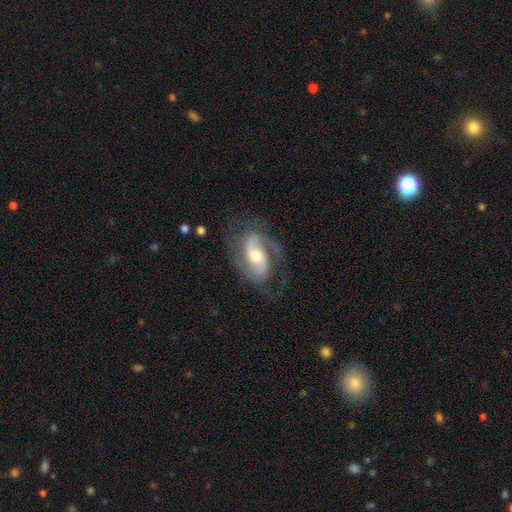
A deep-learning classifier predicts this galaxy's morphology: Smooth or featured: featured or disk — 88% (smooth — 7%)
Edge-on disk: no — 97% (yes — 3%)
Bar: weak — 41% (tied with no — 41%)
Spiral arms: yes — 97% (no — 3%)
Spiral winding: medium — 53% (tight — 28%)
Spiral arm count: 2 — 83% (can't tell — 5%)
Bulge size: moderate — 65% (small — 19%)
Merging: none — 67% (minor disturbance — 18%)